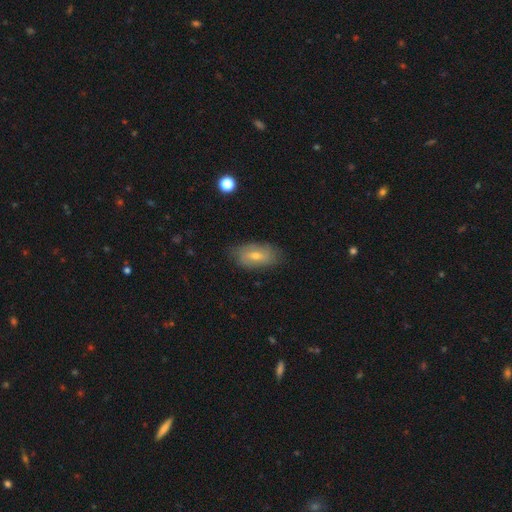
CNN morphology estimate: Overall: smooth (52%; featured or disk 38%). How rounded: in between (89%). Merging: none (78%).